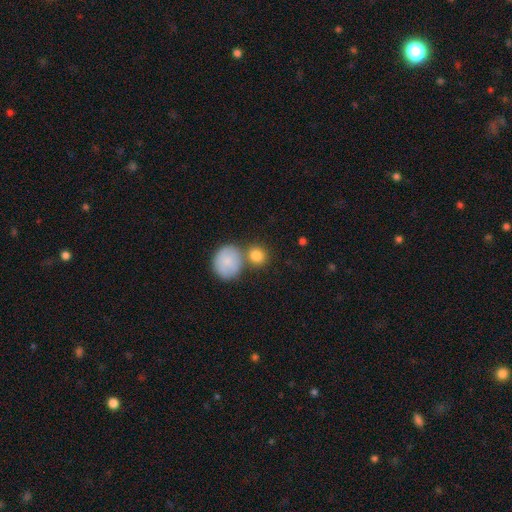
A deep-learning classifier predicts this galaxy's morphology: smooth-or-featured: smooth: 81% | featured or disk: 9% | star or artifact: 9%
  how-rounded: round: 84% | in between: 15% | cigar-shaped: 1%
  merging: none: 56% | merger: 31% | minor disturbance: 10% | major disturbance: 3%